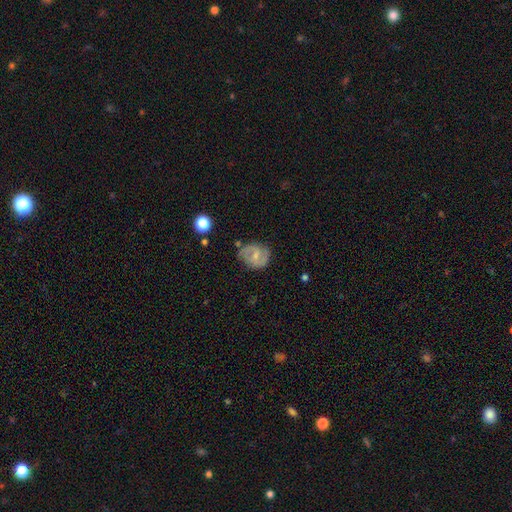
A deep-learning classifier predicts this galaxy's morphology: Smooth or featured? Predicted: featured or disk (p=0.68). Edge-on disk? Predicted: no (p=0.98). Bar? Predicted: weak (p=0.56). Spiral arms? Predicted: yes (p=0.87). Spiral winding? Predicted: medium (p=0.51). Spiral arm count? Predicted: 2 (p=0.84). Bulge size? Predicted: small (p=0.52). Merging? Predicted: none (p=0.69).